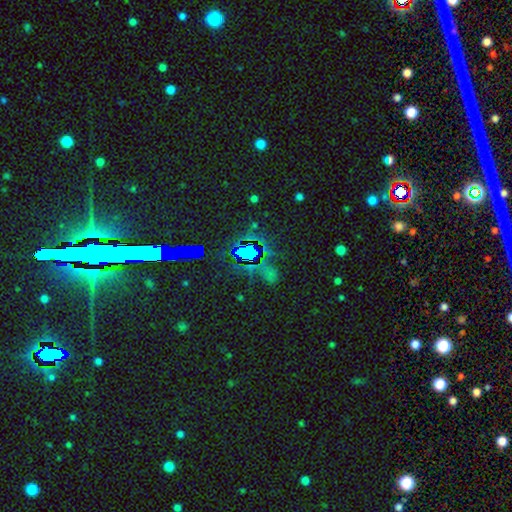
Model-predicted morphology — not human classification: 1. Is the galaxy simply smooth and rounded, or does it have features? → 74% star or artifact, 16% smooth, 10% featured or disk.